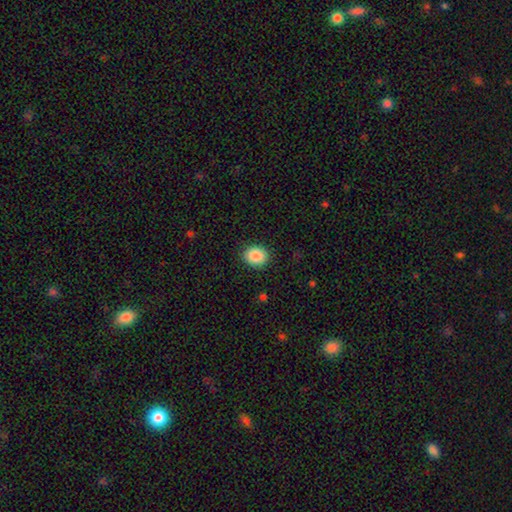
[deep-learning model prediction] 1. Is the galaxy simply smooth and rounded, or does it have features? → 88% smooth, 8% star or artifact, 4% featured or disk.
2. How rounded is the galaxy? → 59% round, 40% in between, 1% cigar-shaped.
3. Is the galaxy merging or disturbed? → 89% none, 7% minor disturbance, 2% major disturbance, 1% merger.